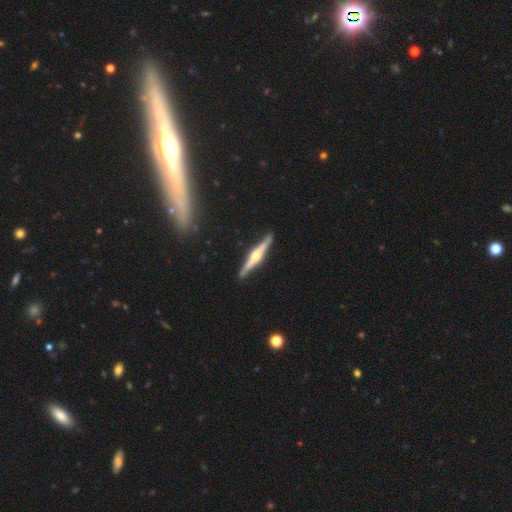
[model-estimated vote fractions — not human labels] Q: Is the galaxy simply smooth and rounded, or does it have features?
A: featured or disk — 79%.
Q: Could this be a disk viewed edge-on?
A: yes — 98%.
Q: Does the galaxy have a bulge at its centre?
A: rounded — 87%.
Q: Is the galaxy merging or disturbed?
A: none — 89%.